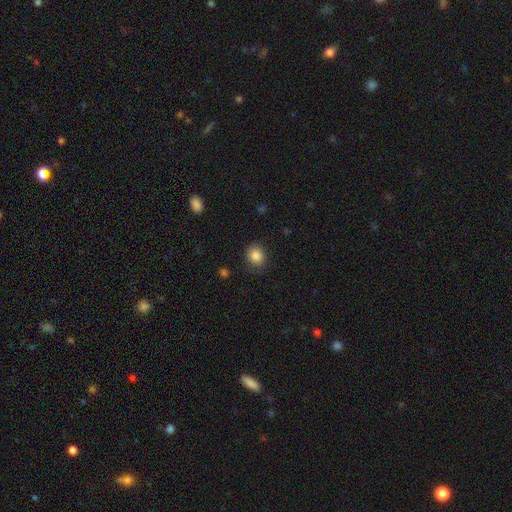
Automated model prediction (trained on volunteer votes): Smooth or featured: smooth — 85% (star or artifact — 10%)
How rounded: round — 66% (in between — 33%)
Merging: none — 80% (minor disturbance — 14%)